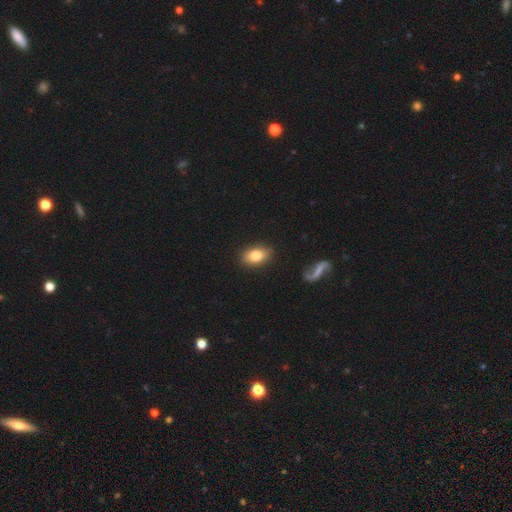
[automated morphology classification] Q: Smooth or featured?
A: smooth (79%); runner-up: featured or disk (13%)
Q: How rounded?
A: in between (85%); runner-up: round (12%)
Q: Merging?
A: none (86%); runner-up: minor disturbance (10%)